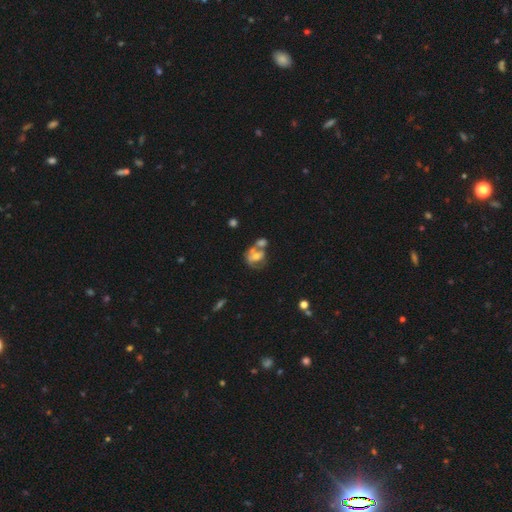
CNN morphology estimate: Overall: featured or disk (50%; smooth 40%). Merging: merger (50%; none 26%).